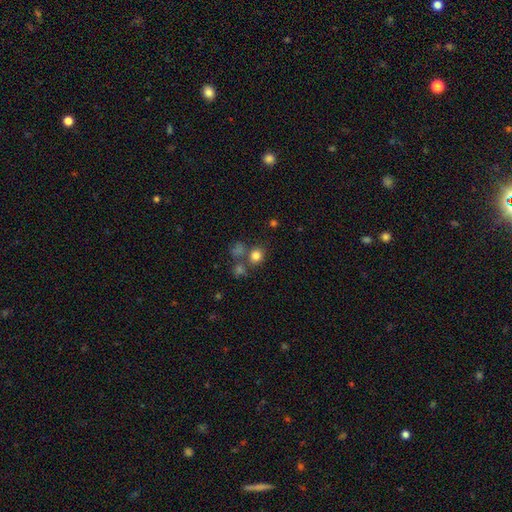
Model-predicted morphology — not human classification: This appears to be a smooth galaxy with no disk features (78%) that is round (80%). Merging: none (66%).